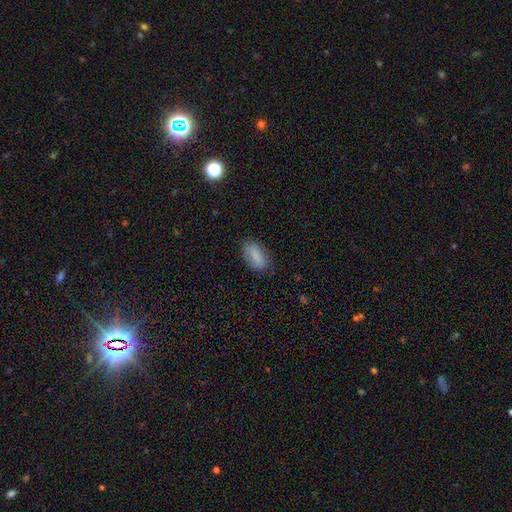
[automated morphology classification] smooth-or-featured: smooth: 85% | star or artifact: 8% | featured or disk: 8%
  how-rounded: in between: 88% | cigar-shaped: 8% | round: 4%
  merging: none: 78% | minor disturbance: 16% | major disturbance: 4% | merger: 1%